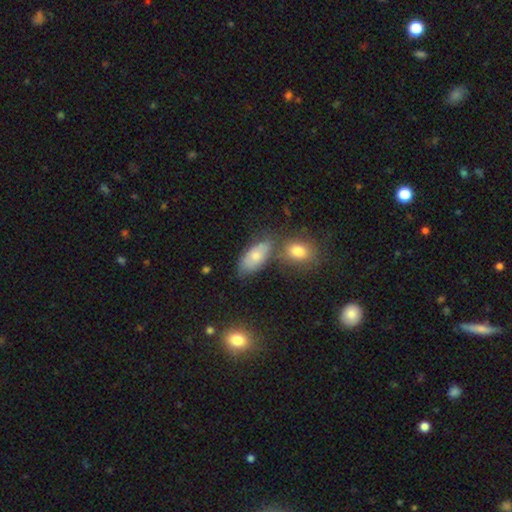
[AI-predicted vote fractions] Smooth or featured? smooth (71%)
How rounded? in between (89%)
Merging? none (53%)